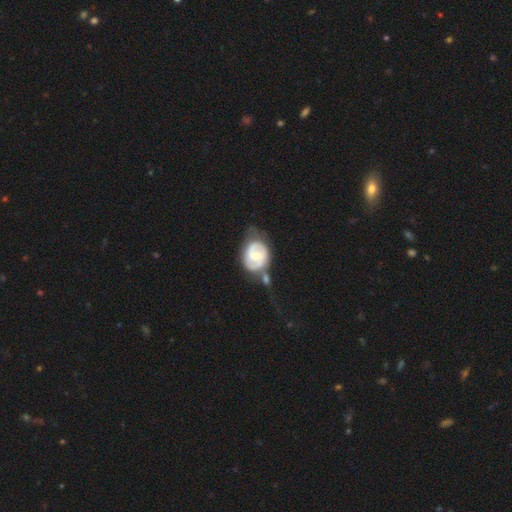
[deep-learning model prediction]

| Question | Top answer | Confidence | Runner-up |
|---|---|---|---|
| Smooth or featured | featured or disk | 72% | smooth (24%) |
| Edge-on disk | no | 97% | yes (3%) |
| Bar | weak | 46% | no (41%) |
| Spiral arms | yes | 83% | no (17%) |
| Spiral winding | tight | 41% | medium (40%) |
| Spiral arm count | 2 | 76% | can't tell (14%) |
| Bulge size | moderate | 51% | small (43%) |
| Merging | none | 34% | minor disturbance (26%) |